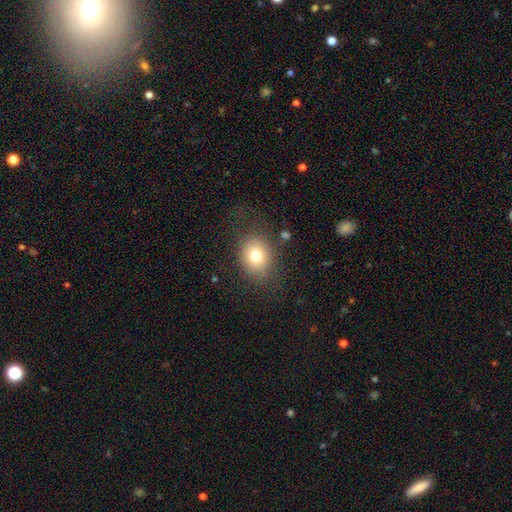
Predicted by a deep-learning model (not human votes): Overall: smooth (75%). How rounded: round (52%; in between 48%). Merging: none (77%).